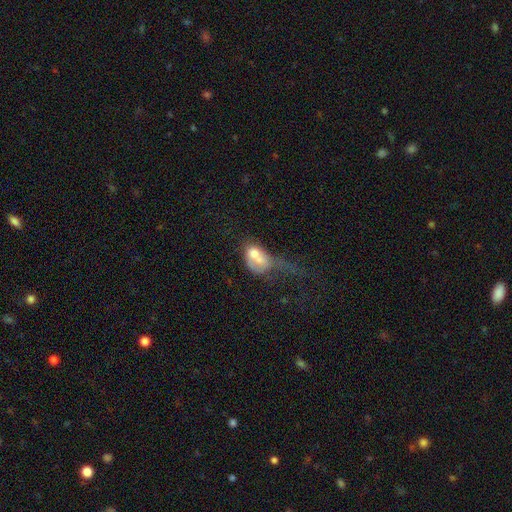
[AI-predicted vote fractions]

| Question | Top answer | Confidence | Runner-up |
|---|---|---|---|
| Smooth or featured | smooth | 58% | featured or disk (33%) |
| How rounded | in between | 71% | round (27%) |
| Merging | merger | 52% | major disturbance (28%) |